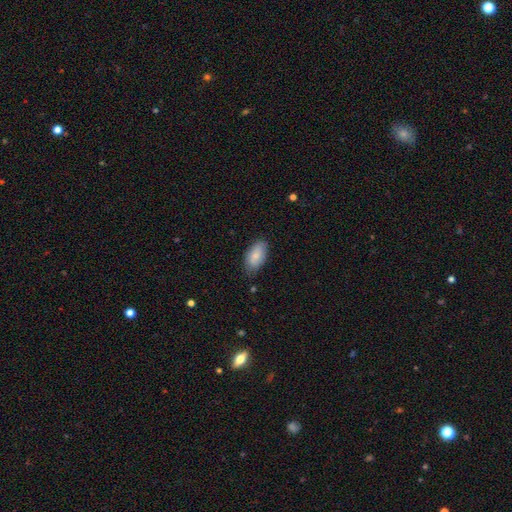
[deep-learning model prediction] Morphology: type=smooth (83%); roundness=in between (93%); merging=none (77%).